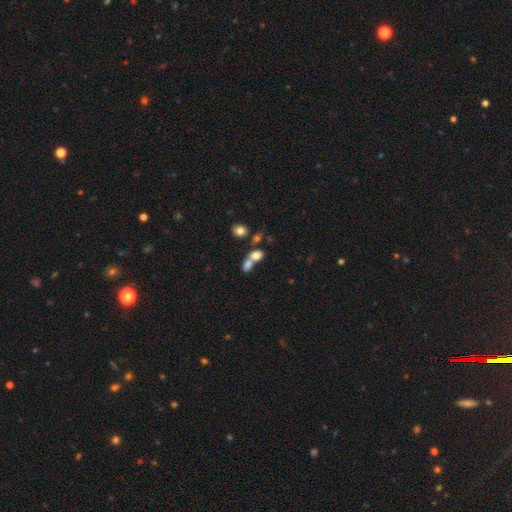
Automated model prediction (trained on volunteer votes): smooth 75%, featured or disk 13%, star or artifact 12%. Down the decision tree: how rounded — in between (64%); merging — merger (60%).